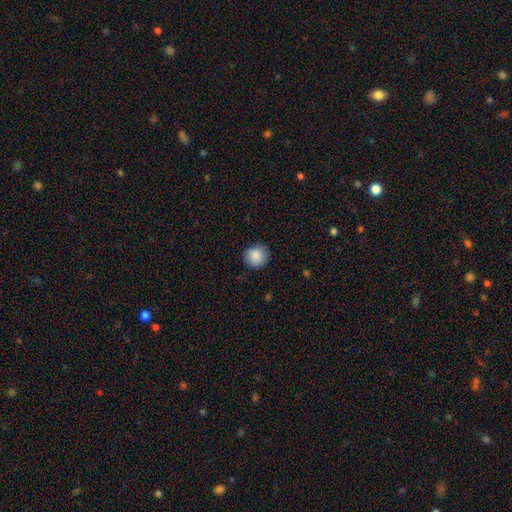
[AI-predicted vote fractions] Smooth or featured? Predicted: smooth (p=0.88). How rounded? Predicted: round (p=0.88). Merging? Predicted: none (p=0.86).